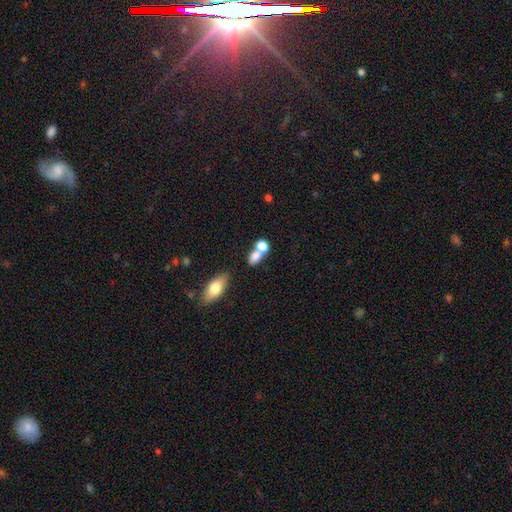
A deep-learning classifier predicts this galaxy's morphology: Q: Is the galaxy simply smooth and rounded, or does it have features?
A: smooth — 77%.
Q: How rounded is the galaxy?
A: in between — 60%.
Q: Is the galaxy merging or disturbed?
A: merger — 57%.